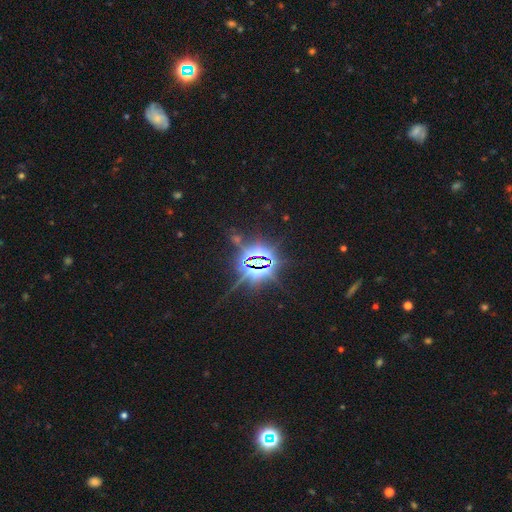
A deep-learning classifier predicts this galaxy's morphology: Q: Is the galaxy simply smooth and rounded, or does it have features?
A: star or artifact — 83%.